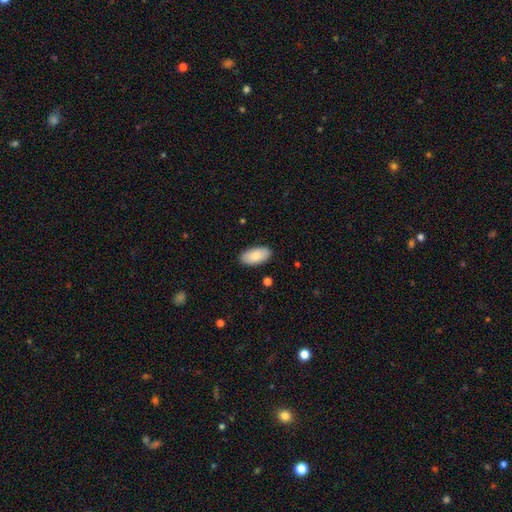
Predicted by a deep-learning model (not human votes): Overall: smooth (84%). How rounded: in between (95%). Merging: none (88%).